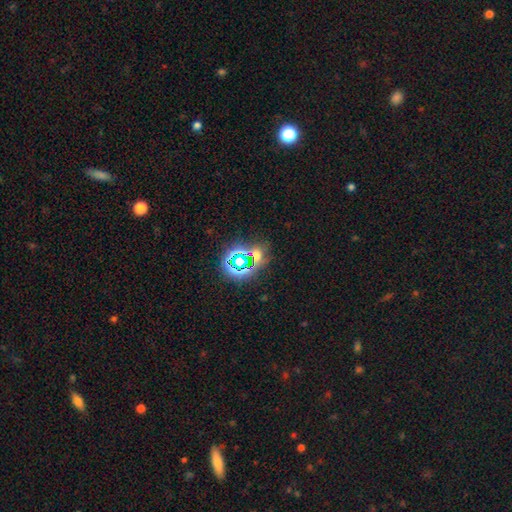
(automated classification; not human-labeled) Smooth or featured? star or artifact (63%)